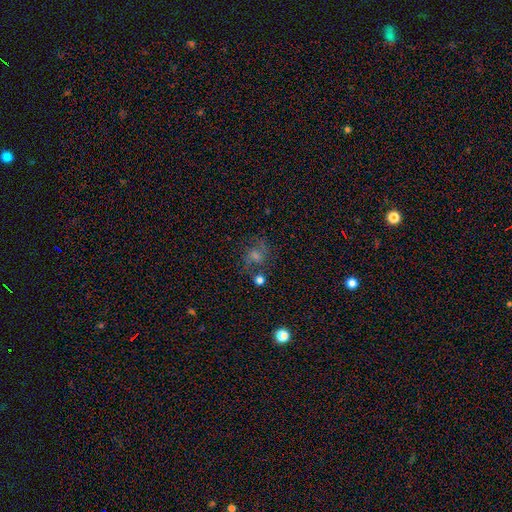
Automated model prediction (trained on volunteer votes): Smooth or featured: featured or disk — 44% (smooth — 29%)
Merging: none — 64% (minor disturbance — 17%)